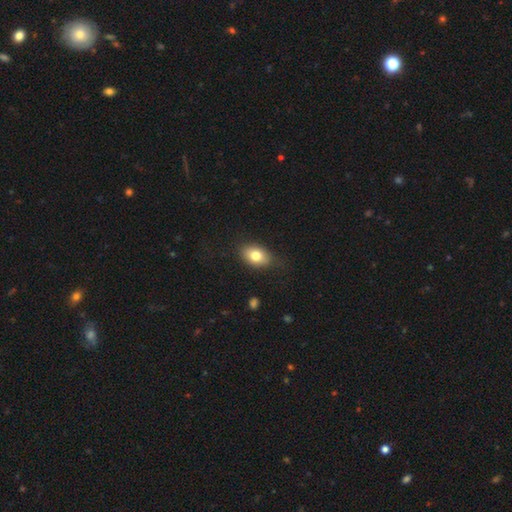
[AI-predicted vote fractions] A smooth galaxy with no disk features (79%) that is in between round and cigar-shaped (80%).

Vote fractions:
- Smooth or featured? smooth: 79% / featured or disk: 13% / star or artifact: 8%
- How rounded? in between: 80% / round: 18% / cigar-shaped: 2%
- Merging? none: 78% / minor disturbance: 16% / major disturbance: 4% / merger: 1%